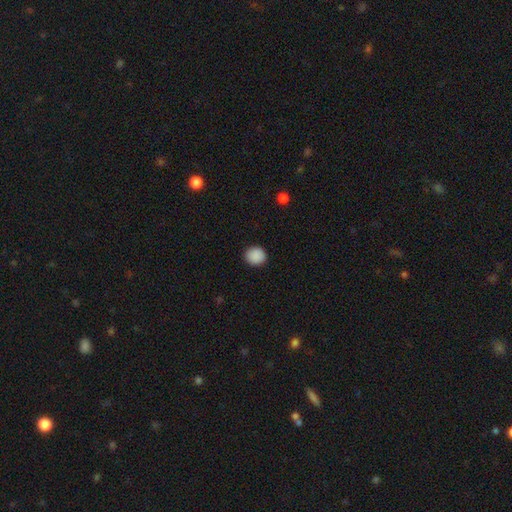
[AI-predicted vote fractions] smooth 90%, star or artifact 8%, featured or disk 2%. Down the decision tree: how rounded — round (87%); merging — none (91%).